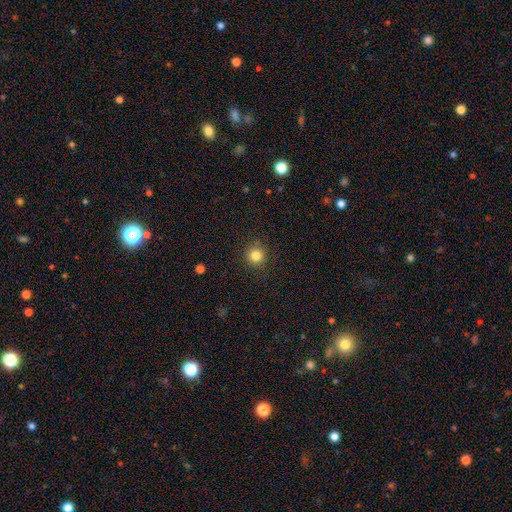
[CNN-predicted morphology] A smooth galaxy with no disk features (83%) that is round (93%). Merging: none (89%).